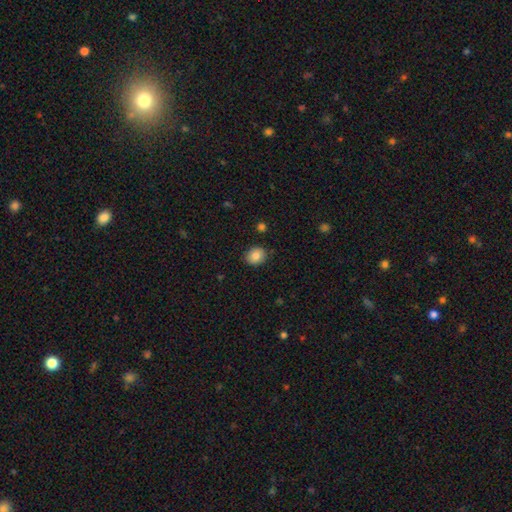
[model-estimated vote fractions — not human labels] Q: Smooth or featured?
A: smooth (84%); runner-up: star or artifact (9%)
Q: How rounded?
A: round (64%); runner-up: in between (35%)
Q: Merging?
A: none (87%); runner-up: minor disturbance (9%)